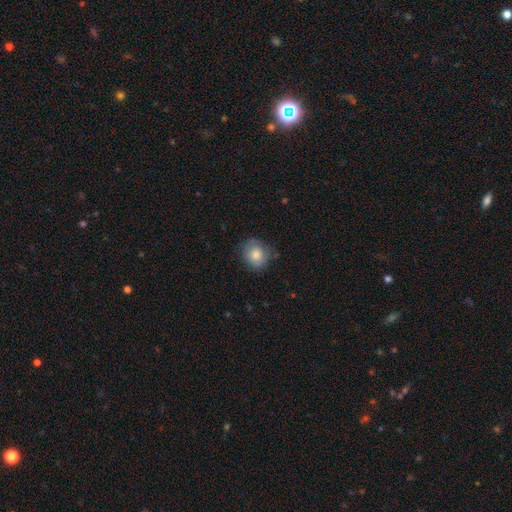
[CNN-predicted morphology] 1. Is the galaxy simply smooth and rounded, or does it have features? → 78% smooth, 13% featured or disk, 9% star or artifact.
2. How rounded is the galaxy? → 80% round, 19% in between, 1% cigar-shaped.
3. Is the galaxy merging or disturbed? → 75% none, 19% minor disturbance, 4% major disturbance, 1% merger.